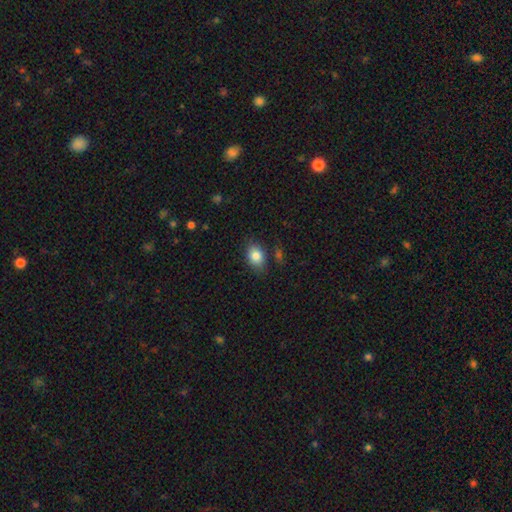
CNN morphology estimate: Smooth or featured?
  - smooth: 84% *
  - star or artifact: 9%
  - featured or disk: 7%
How rounded?
  - in between: 73% *
  - round: 26%
  - cigar-shaped: 1%
Merging?
  - none: 78% *
  - minor disturbance: 15%
  - major disturbance: 4%
  - merger: 3%